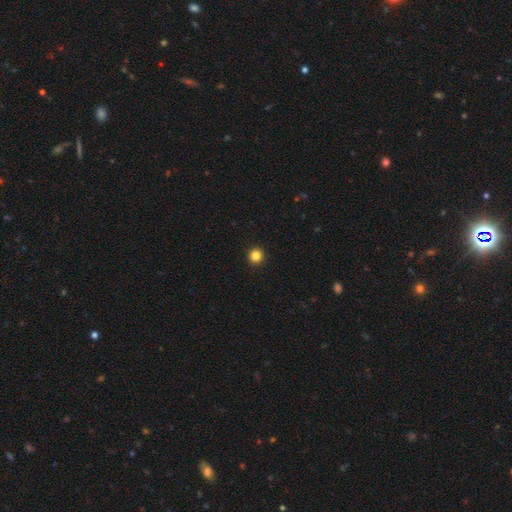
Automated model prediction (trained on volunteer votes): Smooth or featured?
  - smooth: 85% *
  - star or artifact: 12%
  - featured or disk: 4%
How rounded?
  - round: 96% *
  - in between: 3%
  - cigar-shaped: 1%
Merging?
  - none: 94% *
  - minor disturbance: 3%
  - major disturbance: 1%
  - merger: 1%